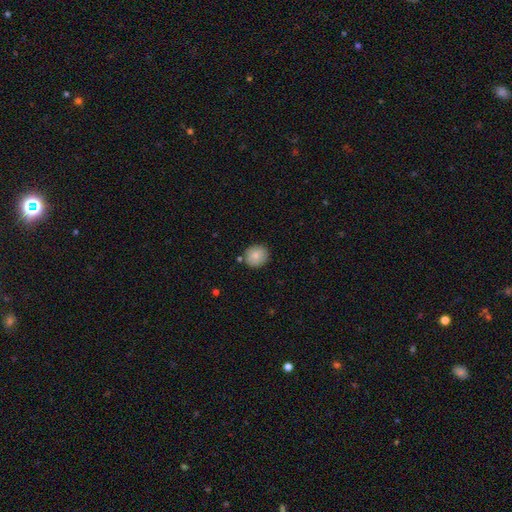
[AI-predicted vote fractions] Q: Smooth or featured?
A: smooth (83%); runner-up: featured or disk (9%)
Q: How rounded?
A: round (85%); runner-up: in between (15%)
Q: Merging?
A: none (82%); runner-up: minor disturbance (11%)